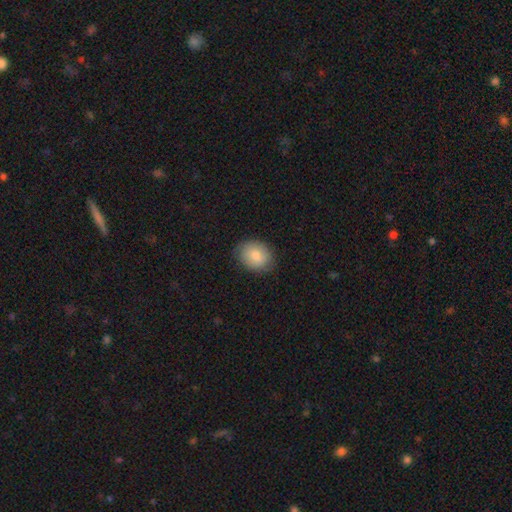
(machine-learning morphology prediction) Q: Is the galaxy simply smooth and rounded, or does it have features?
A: smooth — 81%.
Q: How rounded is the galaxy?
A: in between — 57%.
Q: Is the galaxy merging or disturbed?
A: none — 81%.